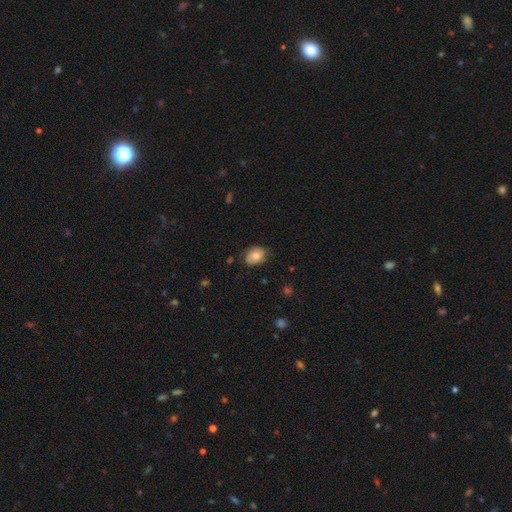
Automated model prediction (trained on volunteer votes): Smooth or featured: smooth — 74% (featured or disk — 18%)
How rounded: in between — 59% (round — 40%)
Merging: none — 74% (minor disturbance — 21%)